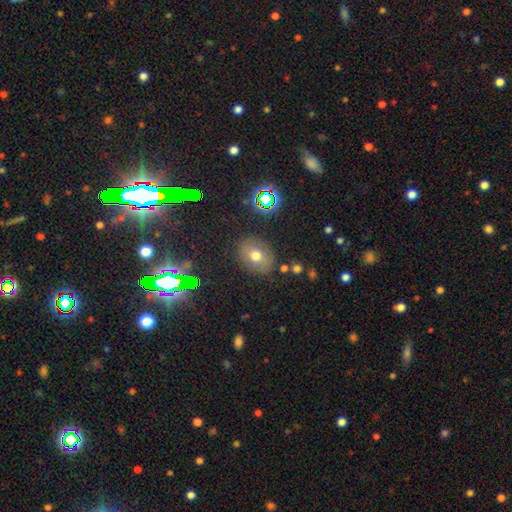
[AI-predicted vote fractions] A smooth galaxy with no disk features (66%) that is in between round and cigar-shaped (52%). Merging: none (83%).